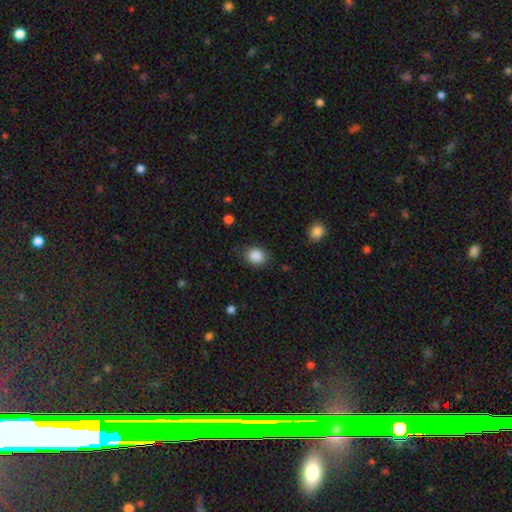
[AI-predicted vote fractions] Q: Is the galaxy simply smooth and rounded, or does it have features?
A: smooth — 88%.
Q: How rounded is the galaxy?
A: round — 62%.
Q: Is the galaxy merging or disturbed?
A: none — 80%.